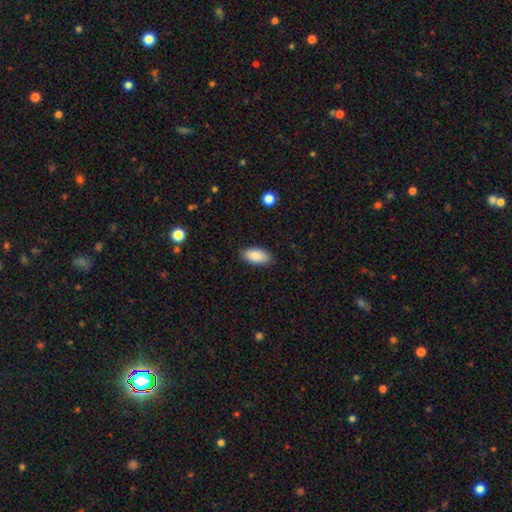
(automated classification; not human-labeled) Smooth or featured? smooth (88%)
How rounded? in between (92%)
Merging? none (86%)